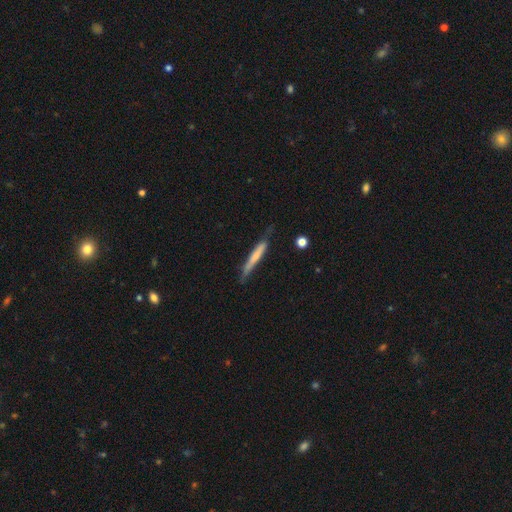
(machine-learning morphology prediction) Overall: smooth (54%; featured or disk 41%). How rounded: cigar-shaped (94%). Merging: none (61%; minor disturbance 28%).